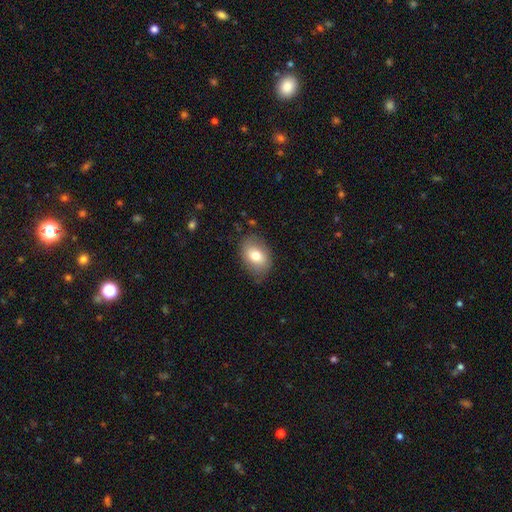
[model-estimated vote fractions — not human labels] smooth-or-featured: smooth: 74% | featured or disk: 18% | star or artifact: 8%
  how-rounded: in between: 80% | round: 18% | cigar-shaped: 1%
  merging: none: 77% | minor disturbance: 17% | major disturbance: 4% | merger: 1%